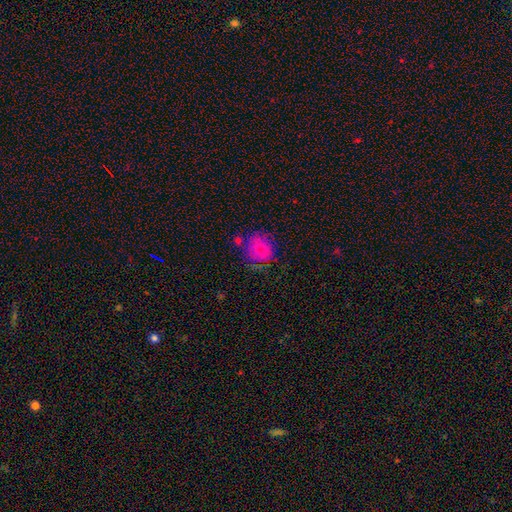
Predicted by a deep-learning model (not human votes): This appears to be a smooth galaxy with no disk features (79%) that is round (83%). Merging: none (68%).